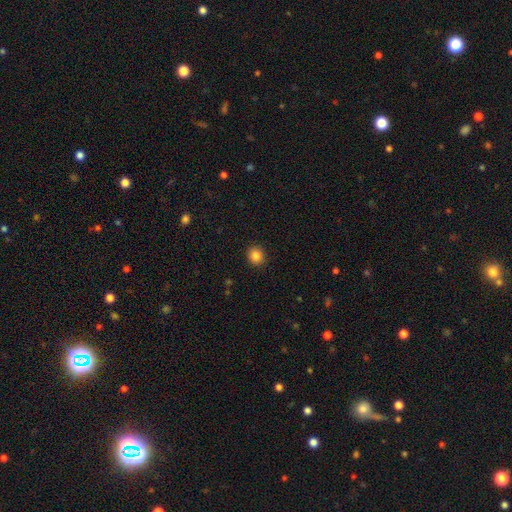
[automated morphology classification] Smooth or featured: smooth — 86% (star or artifact — 10%)
How rounded: round — 82% (in between — 17%)
Merging: none — 90% (minor disturbance — 7%)